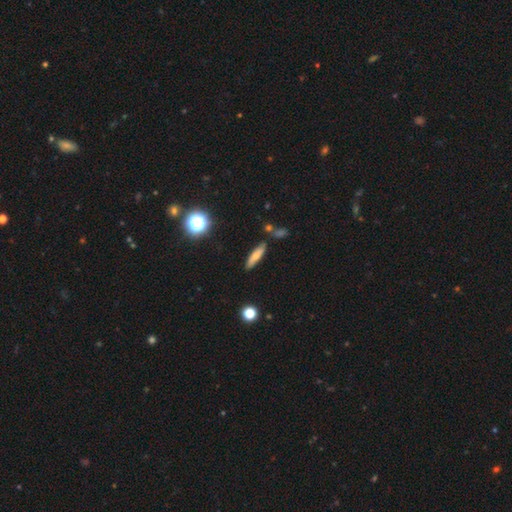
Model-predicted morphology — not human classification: Smooth or featured? smooth (62%)
How rounded? cigar-shaped (68%)
Merging? none (80%)